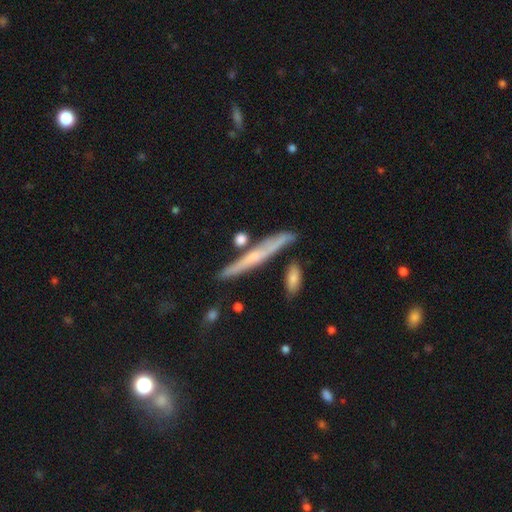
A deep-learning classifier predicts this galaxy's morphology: Overall: featured or disk (53%; smooth 39%). Edge-on disk: yes (93%). Merging: none (77%).